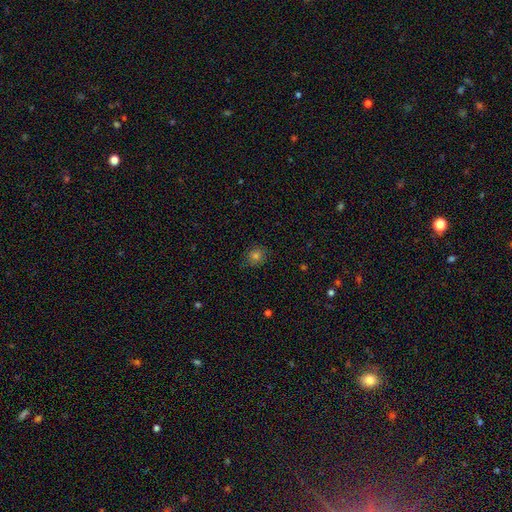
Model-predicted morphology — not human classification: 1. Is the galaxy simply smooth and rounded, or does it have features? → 75% smooth, 17% star or artifact, 8% featured or disk.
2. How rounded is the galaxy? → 80% round, 19% in between, 1% cigar-shaped.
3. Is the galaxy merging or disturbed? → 83% none, 13% minor disturbance, 3% major disturbance, 1% merger.